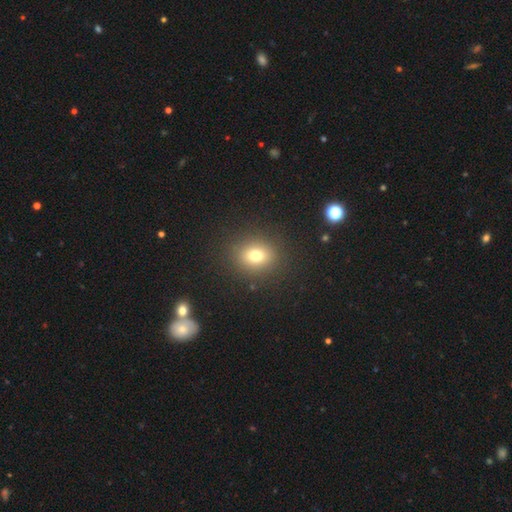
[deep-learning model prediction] smooth 76%, star or artifact 14%, featured or disk 10%. Down the decision tree: how rounded — round (65%); merging — none (87%).